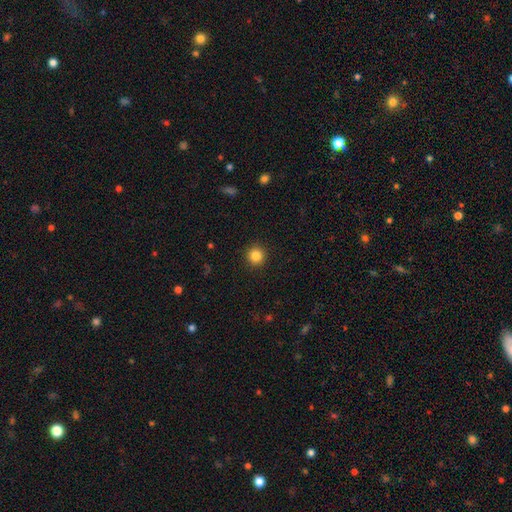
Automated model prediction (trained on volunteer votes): This appears to be a smooth galaxy with no disk features (84%) that is round (95%). Merging: none (93%).